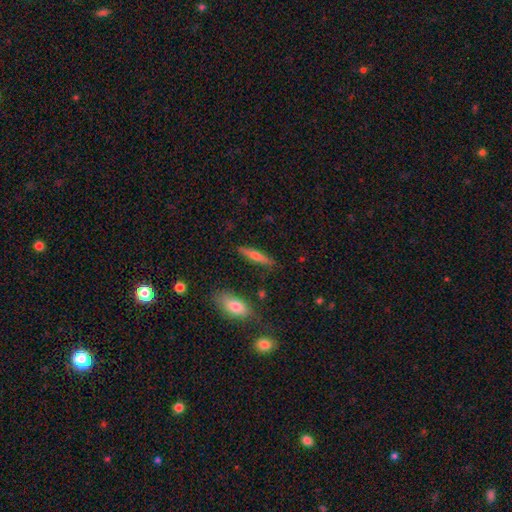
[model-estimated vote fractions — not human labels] Overall: smooth (55%; featured or disk 38%). How rounded: cigar-shaped (78%). Merging: none (85%).